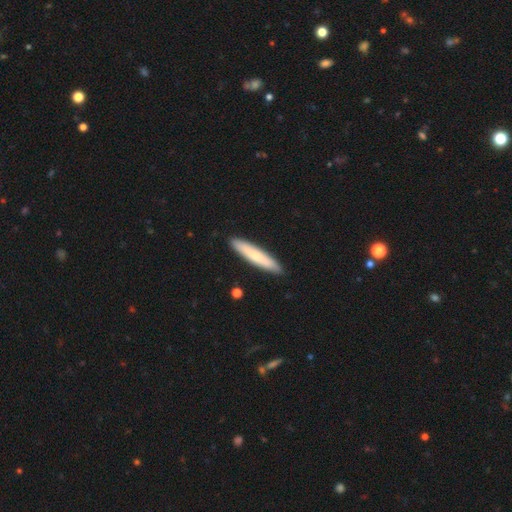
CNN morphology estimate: This is likely a smooth galaxy (68%). How rounded: clearly cigar-shaped (90%). Merging: clearly none (91%).